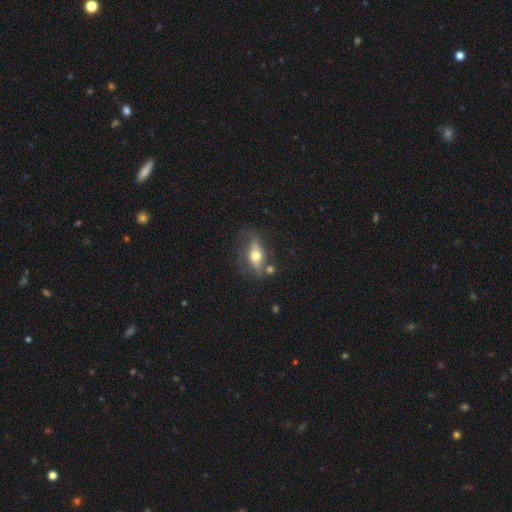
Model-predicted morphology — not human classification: Smooth or featured: smooth — 51% (featured or disk — 41%)
How rounded: in between — 71% (cigar-shaped — 19%)
Merging: none — 57% (minor disturbance — 21%)